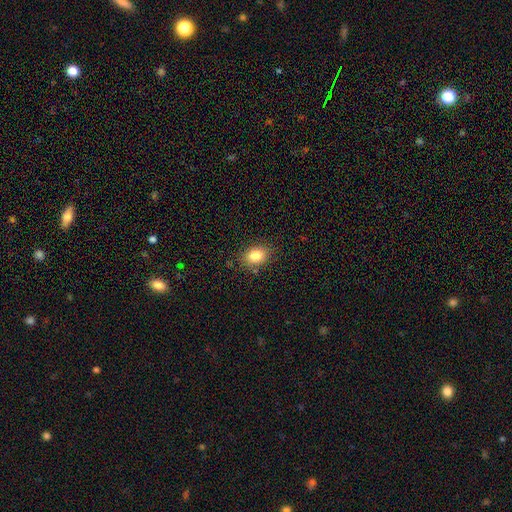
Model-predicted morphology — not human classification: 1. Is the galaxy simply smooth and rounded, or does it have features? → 83% smooth, 9% star or artifact, 7% featured or disk.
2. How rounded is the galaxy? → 71% in between, 27% round, 1% cigar-shaped.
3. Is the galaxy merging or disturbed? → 83% none, 12% minor disturbance, 3% major disturbance, 2% merger.